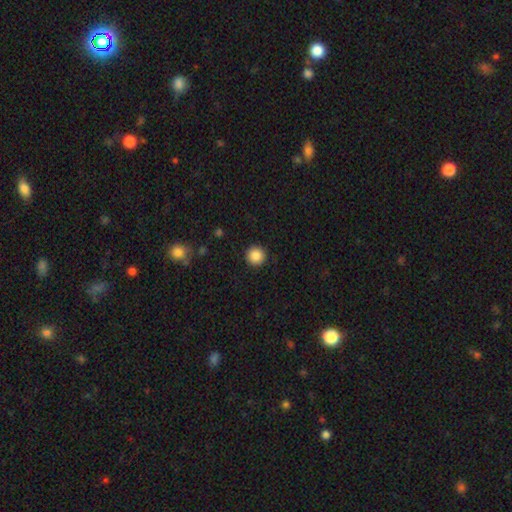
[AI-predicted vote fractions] smooth-or-featured: smooth: 87% | star or artifact: 9% | featured or disk: 4%
  how-rounded: round: 96% | in between: 3% | cigar-shaped: 1%
  merging: none: 93% | minor disturbance: 5% | major disturbance: 2% | merger: 1%